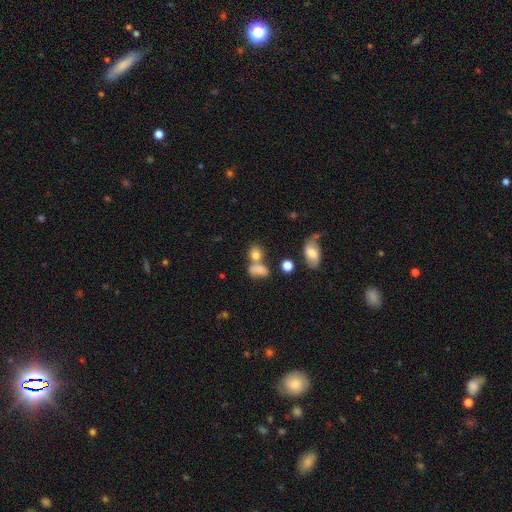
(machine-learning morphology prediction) A smooth galaxy with no disk features (45%). Merging: none (49%).